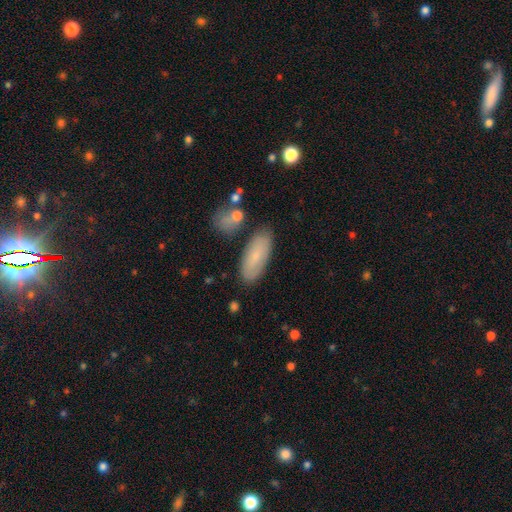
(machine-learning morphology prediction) A smooth galaxy with no disk features (73%) that is in between round and cigar-shaped (81%). Merging: none (81%).